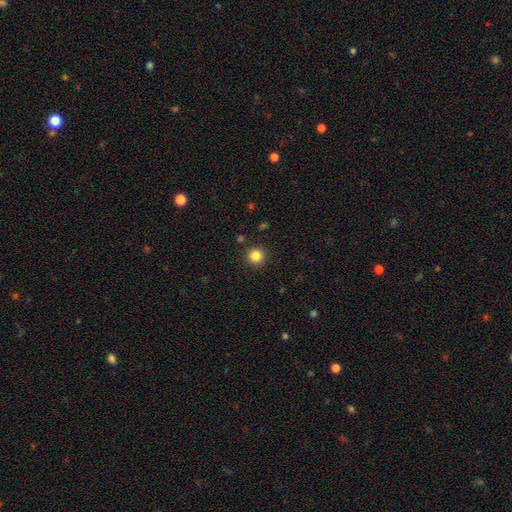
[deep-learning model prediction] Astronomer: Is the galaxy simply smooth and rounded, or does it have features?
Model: smooth — 84%.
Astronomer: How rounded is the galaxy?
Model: round — 95%.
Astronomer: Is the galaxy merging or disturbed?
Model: none — 91%.